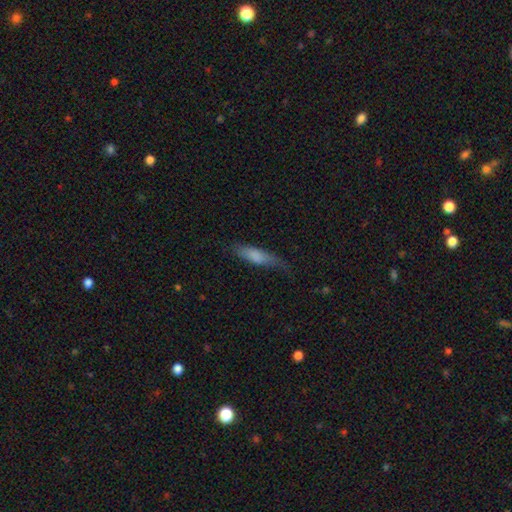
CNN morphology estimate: Smooth or featured? smooth (74%)
How rounded? cigar-shaped (63%)
Merging? none (59%)